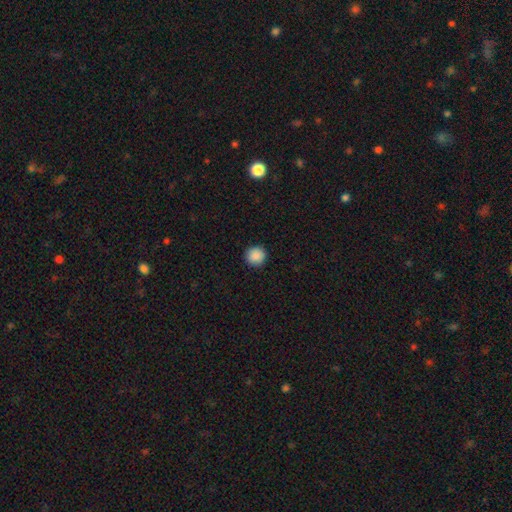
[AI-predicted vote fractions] smooth-or-featured: smooth: 89% | star or artifact: 9% | featured or disk: 2%
  how-rounded: round: 94% | in between: 5% | cigar-shaped: 1%
  merging: none: 92% | minor disturbance: 5% | major disturbance: 2% | merger: 1%